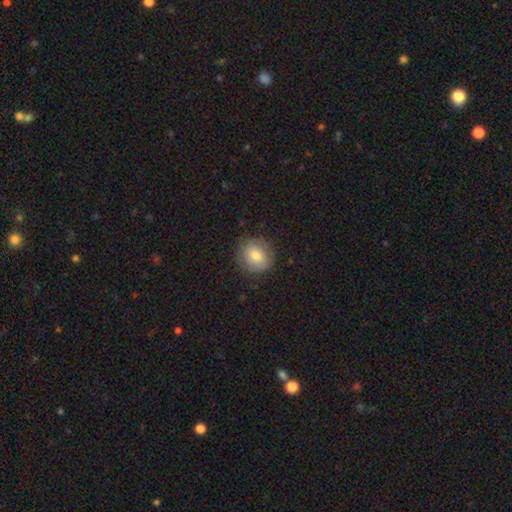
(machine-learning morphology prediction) Smooth or featured? smooth (72%)
How rounded? round (86%)
Merging? none (83%)